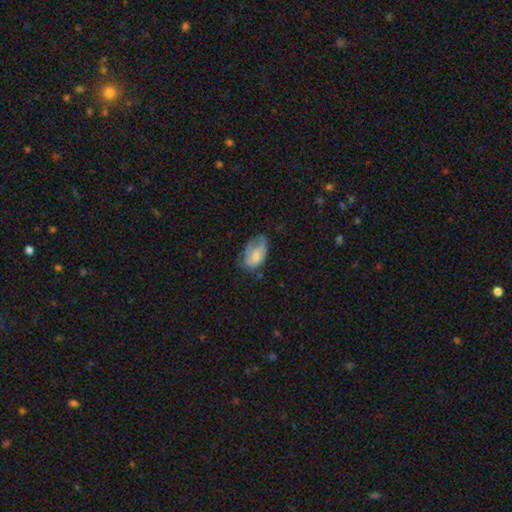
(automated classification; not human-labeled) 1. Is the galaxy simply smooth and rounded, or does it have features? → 55% smooth, 38% featured or disk, 7% star or artifact.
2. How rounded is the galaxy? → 89% in between, 9% round, 2% cigar-shaped.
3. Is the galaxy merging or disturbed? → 40% none, 34% minor disturbance, 24% major disturbance, 2% merger.